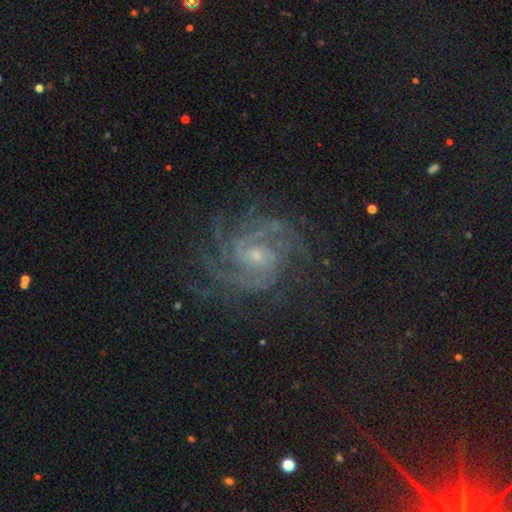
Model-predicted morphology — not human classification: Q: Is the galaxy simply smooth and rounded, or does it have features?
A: featured or disk — 86%.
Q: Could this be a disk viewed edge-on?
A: no — 98%.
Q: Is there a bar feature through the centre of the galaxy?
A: no — 55%.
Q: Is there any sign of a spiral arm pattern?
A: yes — 98%.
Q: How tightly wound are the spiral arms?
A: tight — 60%.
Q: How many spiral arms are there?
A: can't tell — 21%.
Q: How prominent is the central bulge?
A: small — 73%.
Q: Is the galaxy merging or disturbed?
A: none — 74%.